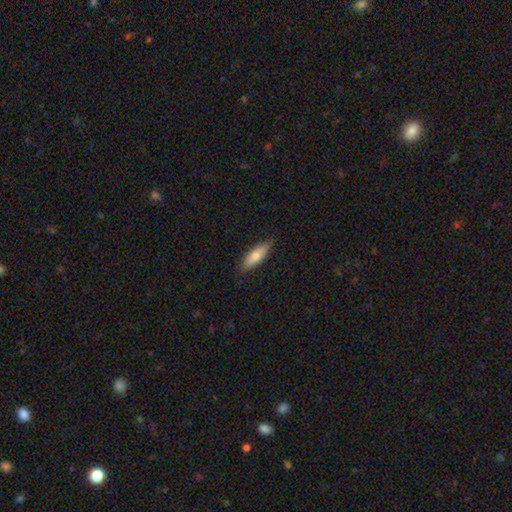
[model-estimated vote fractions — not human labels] Smooth or featured? smooth (73%)
How rounded? in between (51%)
Merging? none (86%)